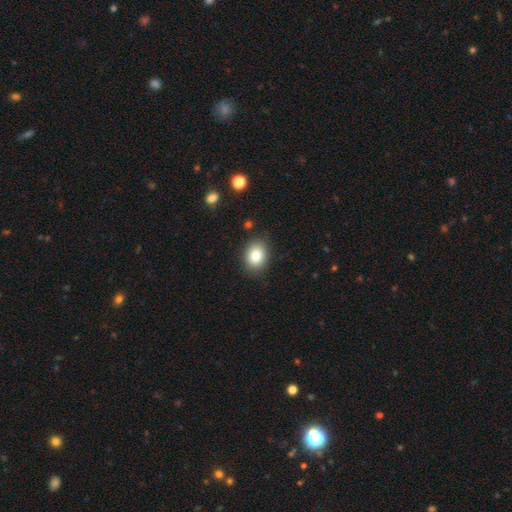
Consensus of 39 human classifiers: Smooth or featured: smooth — 79% (featured or disk — 13%)
How rounded: in between — 65% (round — 35%)
Merging: none — 92% (minor disturbance — 8%)